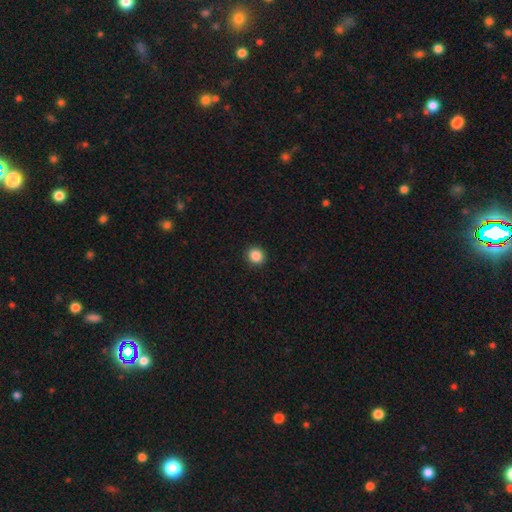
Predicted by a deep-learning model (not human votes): smooth-or-featured: smooth: 87% | star or artifact: 10% | featured or disk: 3%
  how-rounded: round: 88% | in between: 11% | cigar-shaped: 1%
  merging: none: 92% | minor disturbance: 5% | major disturbance: 2% | merger: 1%